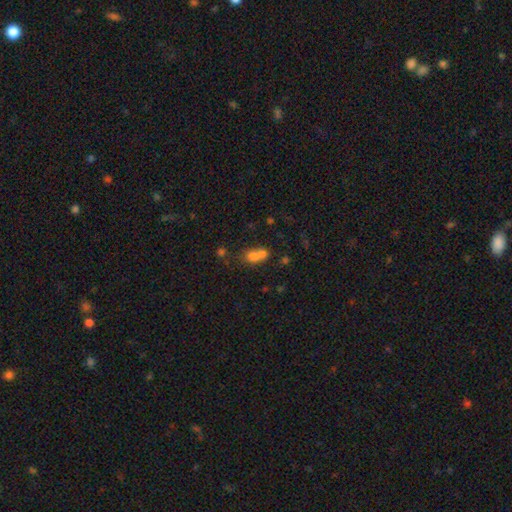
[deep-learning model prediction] This appears to be a smooth galaxy with no disk features (70%) that is round (59%). Merging: merger (66%).